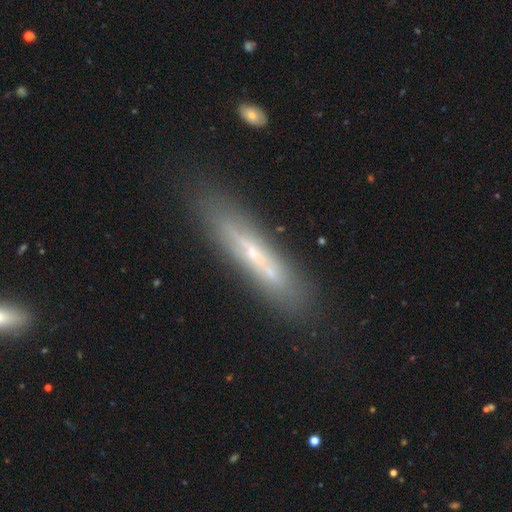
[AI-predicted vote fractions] Smooth or featured? featured or disk (61%)
Edge-on disk? yes (80%)
Merging? none (80%)